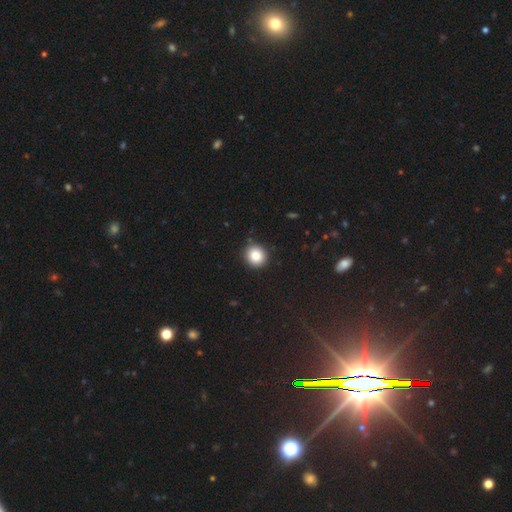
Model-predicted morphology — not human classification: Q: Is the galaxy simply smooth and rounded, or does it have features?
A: smooth — 85%.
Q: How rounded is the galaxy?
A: round — 89%.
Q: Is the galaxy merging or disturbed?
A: none — 89%.